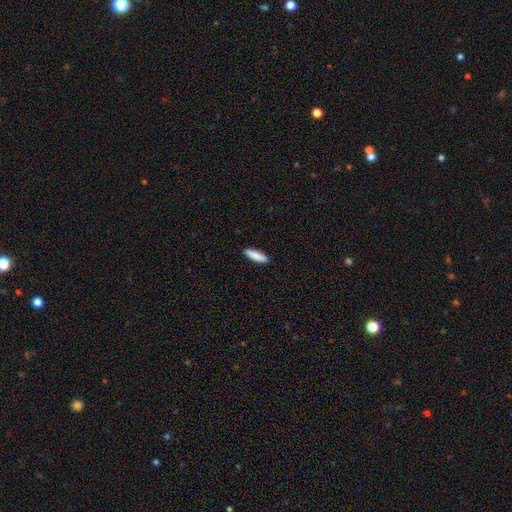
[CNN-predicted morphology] smooth 88%, featured or disk 6%, star or artifact 6%. Down the decision tree: how rounded — cigar-shaped (67%); merging — none (91%).